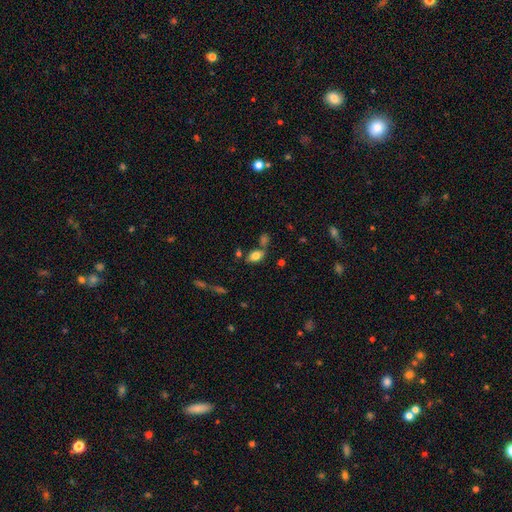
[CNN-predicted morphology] smooth 76%, featured or disk 15%, star or artifact 10%. Down the decision tree: how rounded — in between (88%); merging — none (65%).